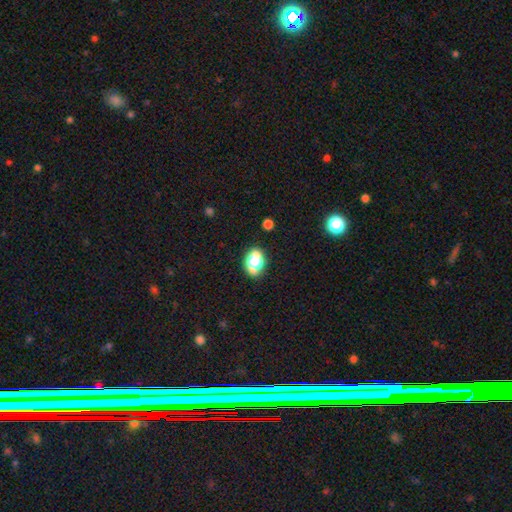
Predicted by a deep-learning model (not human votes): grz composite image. It shows a smooth galaxy with no disk features (69%) that is in between round and cigar-shaped (78%). Merging: none (68%).